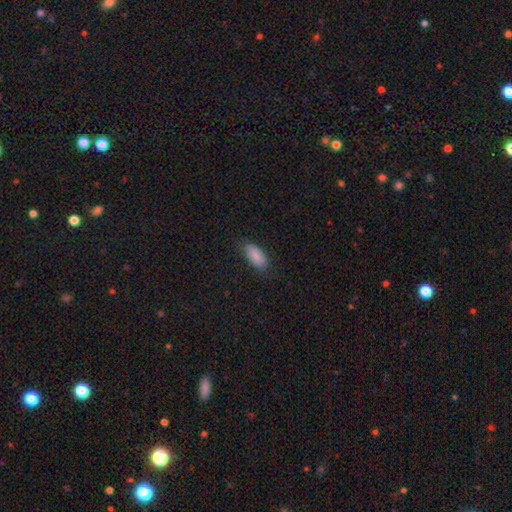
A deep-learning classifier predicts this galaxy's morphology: A smooth galaxy with no disk features (86%) that is in between round and cigar-shaped (90%).

Vote fractions:
- Smooth or featured? smooth: 86% / featured or disk: 7% / star or artifact: 6%
- How rounded? in between: 90% / cigar-shaped: 8% / round: 2%
- Merging? none: 78% / minor disturbance: 18% / major disturbance: 4% / merger: 1%